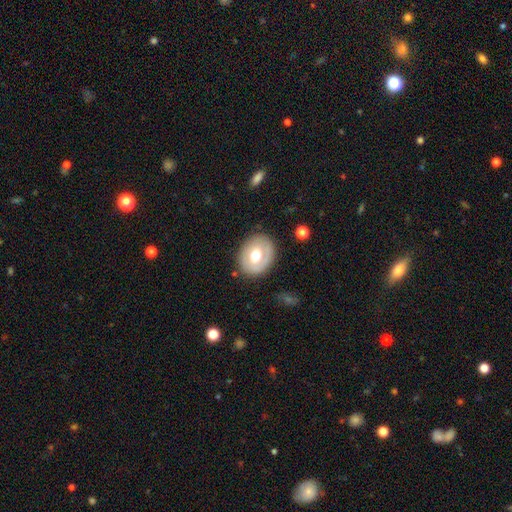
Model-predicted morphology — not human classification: smooth 54%, featured or disk 39%, star or artifact 7%. Down the decision tree: how rounded — round (53%); merging — none (81%).